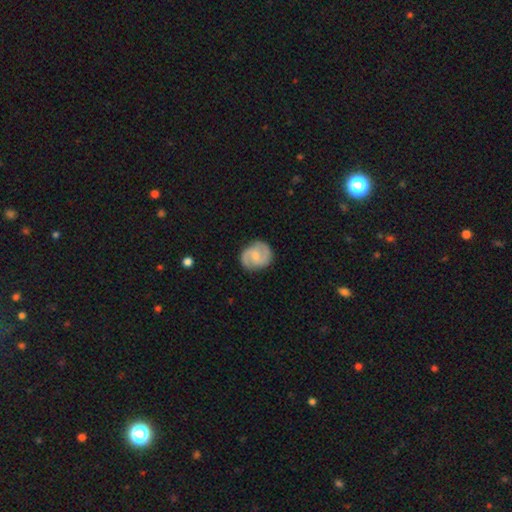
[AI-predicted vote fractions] This appears to be a featured or disk galaxy (76%) with a weak bar (55%), 2 (91%) medium (53%) spiral arms (95%) and a small central bulge (47%). Merging: none (84%).